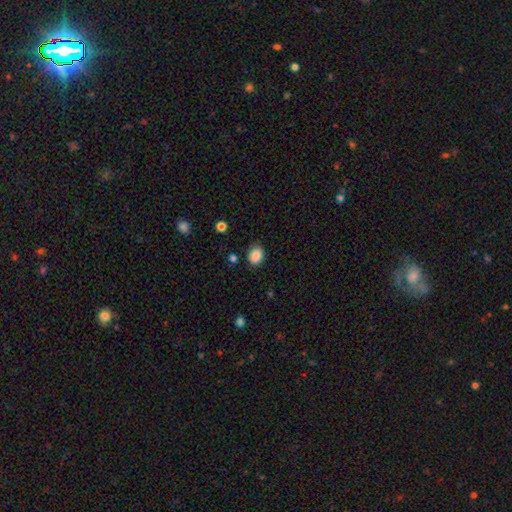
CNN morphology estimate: This is clearly a smooth galaxy (87%). How rounded: possibly in between (53%). Merging: clearly none (83%).